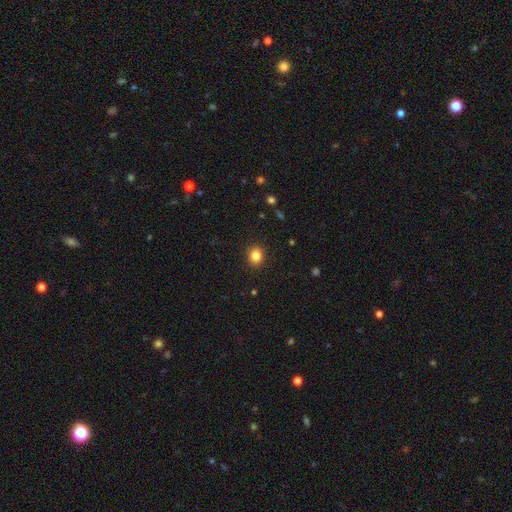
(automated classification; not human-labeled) A smooth galaxy with no disk features (84%) that is round (57%).

Vote fractions:
- Smooth or featured? smooth: 84% / star or artifact: 10% / featured or disk: 5%
- How rounded? round: 57% / in between: 42% / cigar-shaped: 1%
- Merging? none: 90% / minor disturbance: 7% / major disturbance: 2% / merger: 1%